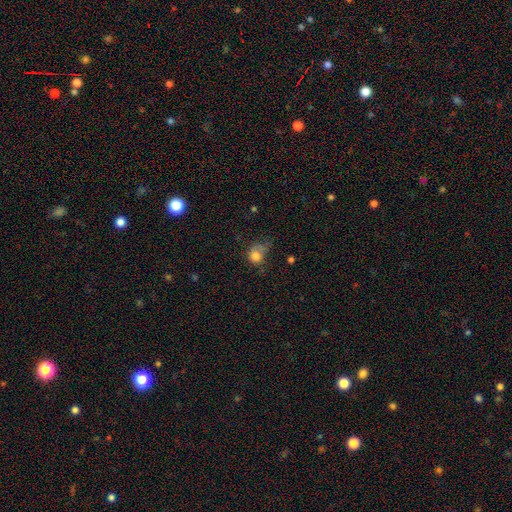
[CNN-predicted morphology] The model was most divided on "merging": major disturbance: 33%, none: 30%, minor disturbance: 30%, merger: 7%. More confident: smooth or featured — smooth (77%); how rounded — round (65%).